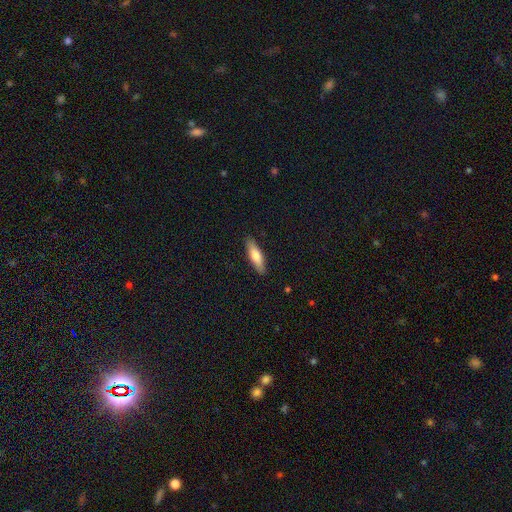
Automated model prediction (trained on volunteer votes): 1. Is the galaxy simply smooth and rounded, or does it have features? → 69% smooth, 26% featured or disk, 6% star or artifact.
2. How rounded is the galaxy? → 62% cigar-shaped, 36% in between, 2% round.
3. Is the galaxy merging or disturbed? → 89% none, 8% minor disturbance, 2% major disturbance, 1% merger.